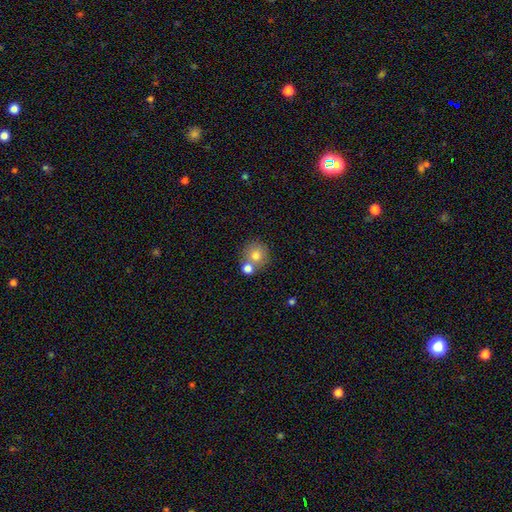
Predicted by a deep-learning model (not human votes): Smooth or featured: smooth — 77% (featured or disk — 13%)
How rounded: round — 88% (in between — 11%)
Merging: none — 54% (merger — 35%)